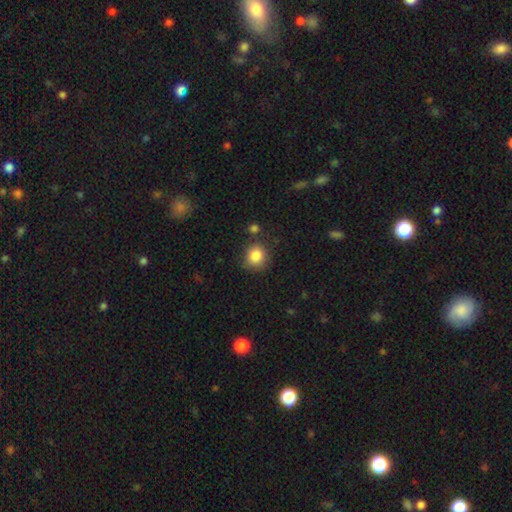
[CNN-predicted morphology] Overall: smooth (85%). How rounded: round (86%). Merging: none (79%).